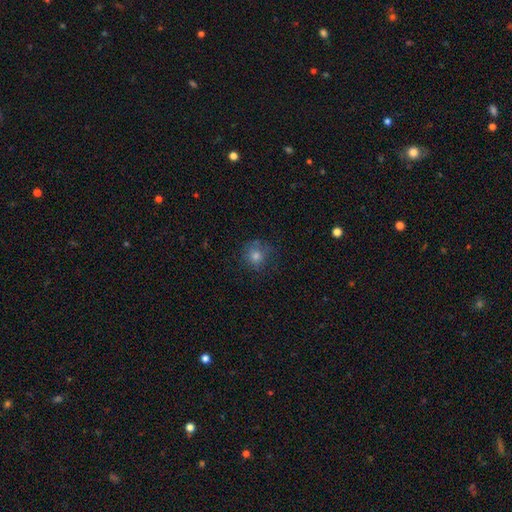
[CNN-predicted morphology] Smooth or featured? smooth (69%)
How rounded? round (89%)
Merging? none (74%)